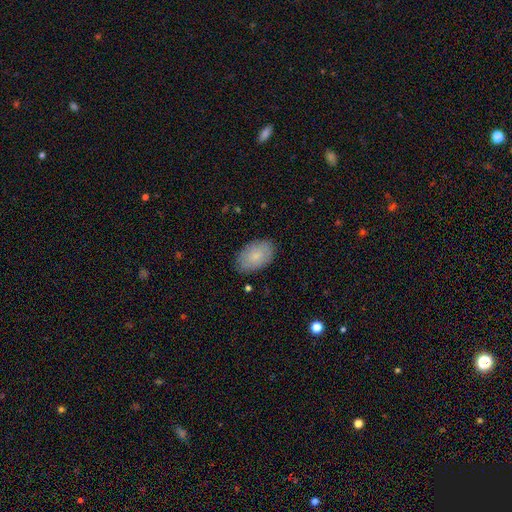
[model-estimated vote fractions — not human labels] Overall: smooth (78%). How rounded: in between (92%). Merging: none (83%).